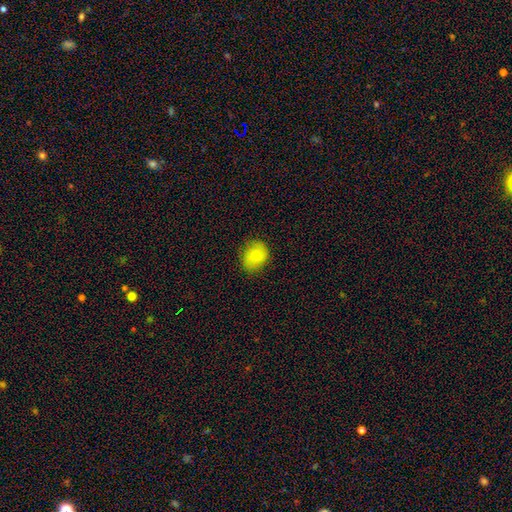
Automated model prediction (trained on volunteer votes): smooth_or_featured: smooth (p=0.80) [alt: featured or disk p=0.12]
how_rounded: round (p=0.61) [alt: in between p=0.38]
merging: none (p=0.77) [alt: minor disturbance p=0.18]